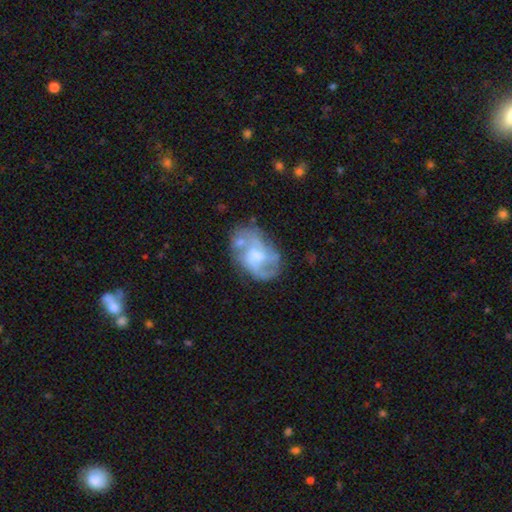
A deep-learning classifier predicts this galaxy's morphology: smooth_or_featured: featured or disk (p=0.71) [alt: smooth p=0.22]
disk_edge_on: no (p=0.97) [alt: yes p=0.03]
bar: no (p=0.52) [alt: weak p=0.40]
has_spiral_arms: yes (p=0.78) [alt: no p=0.22]
spiral_winding: medium (p=0.46) [alt: loose p=0.30]
spiral_arm_count: 2 (p=0.39) [alt: can't tell p=0.27]
bulge_size: moderate (p=0.44) [alt: small p=0.25]
merging: none (p=0.51) [alt: minor disturbance p=0.22]